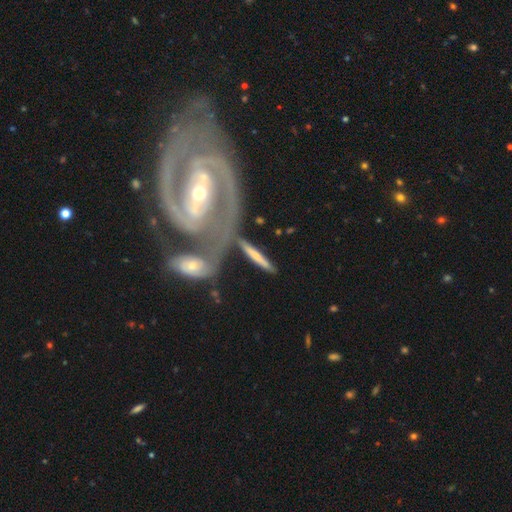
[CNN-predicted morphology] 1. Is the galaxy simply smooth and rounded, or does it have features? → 52% smooth, 42% featured or disk, 6% star or artifact.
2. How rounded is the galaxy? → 87% cigar-shaped, 10% in between, 3% round.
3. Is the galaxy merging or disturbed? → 62% none, 17% merger, 14% minor disturbance, 7% major disturbance.